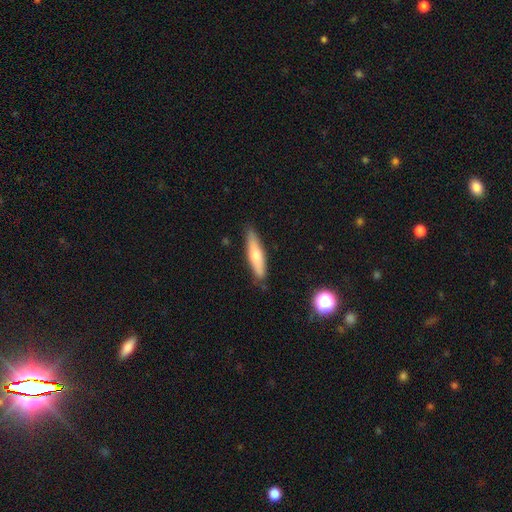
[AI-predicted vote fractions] Morphology: type=smooth (58%); roundness=cigar-shaped (79%); merging=none (84%).